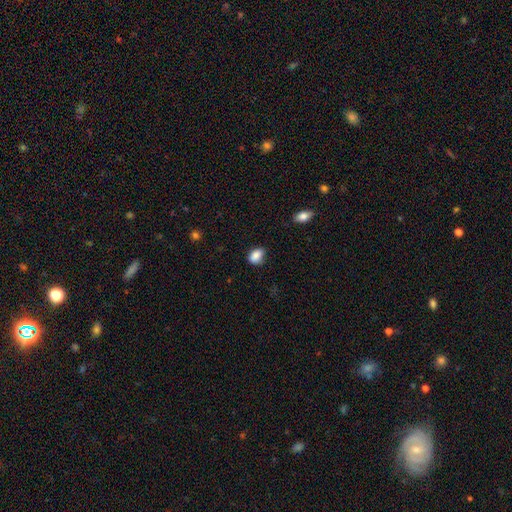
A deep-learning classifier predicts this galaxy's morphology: A smooth galaxy with no disk features (87%) that is in between round and cigar-shaped (75%).

Vote fractions:
- Smooth or featured? smooth: 87% / star or artifact: 9% / featured or disk: 4%
- How rounded? in between: 75% / round: 23% / cigar-shaped: 1%
- Merging? none: 70% / minor disturbance: 24% / major disturbance: 4% / merger: 2%